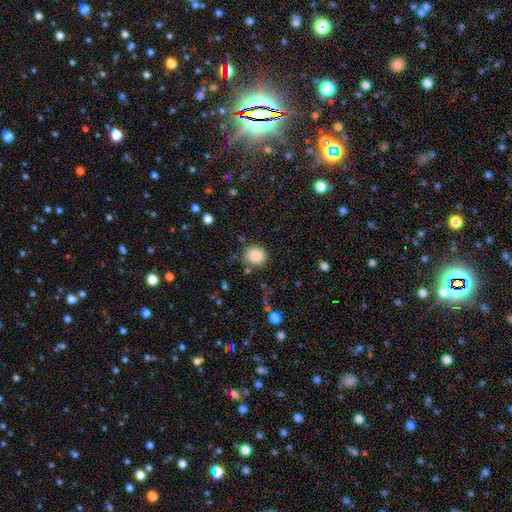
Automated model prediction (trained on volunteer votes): smooth 87%, star or artifact 9%, featured or disk 4%. Down the decision tree: how rounded — round (87%); merging — none (83%).